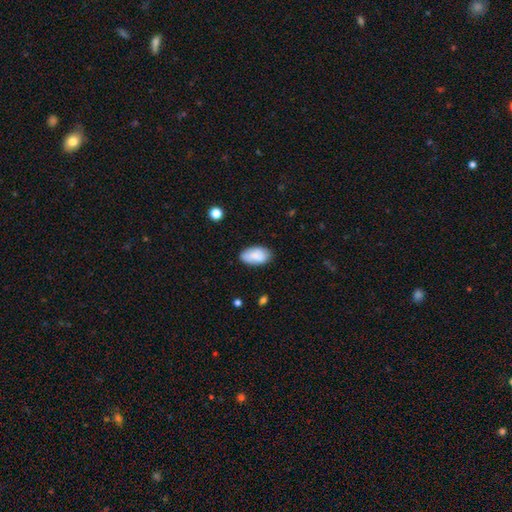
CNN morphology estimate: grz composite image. It shows a smooth galaxy with no disk features (82%) that is in between round and cigar-shaped (94%). Merging: none (78%).